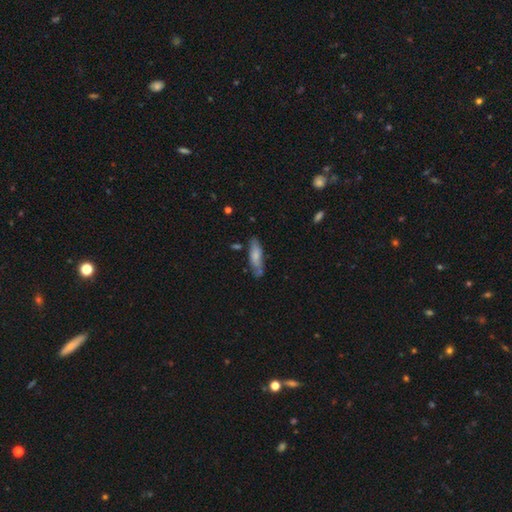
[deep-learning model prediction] Smooth or featured: smooth — 70% (featured or disk — 24%)
How rounded: in between — 49% (tied with cigar-shaped — 49%)
Merging: none — 63% (minor disturbance — 23%)